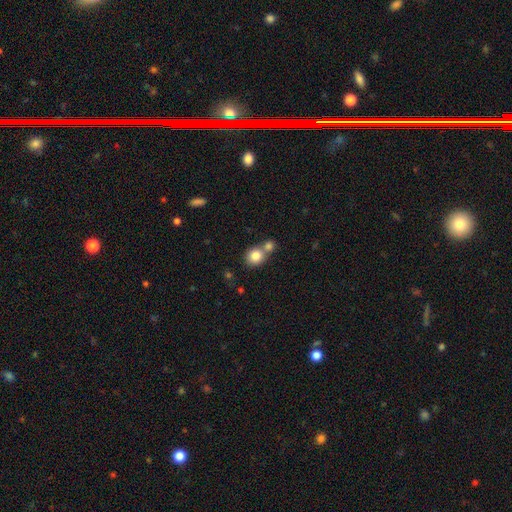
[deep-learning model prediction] Smooth or featured: smooth — 81% (star or artifact — 10%)
How rounded: round — 80% (in between — 19%)
Merging: merger — 46% (none — 44%)